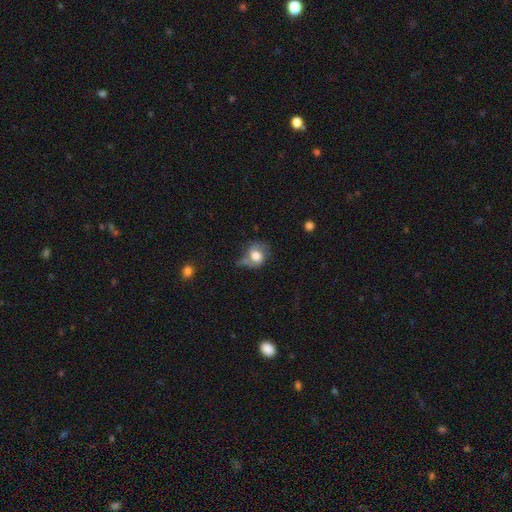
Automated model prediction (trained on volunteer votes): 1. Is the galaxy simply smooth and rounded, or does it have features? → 65% smooth, 26% featured or disk, 9% star or artifact.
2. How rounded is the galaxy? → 59% round, 39% in between, 1% cigar-shaped.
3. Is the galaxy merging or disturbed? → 39% none, 31% minor disturbance, 21% major disturbance, 8% merger.